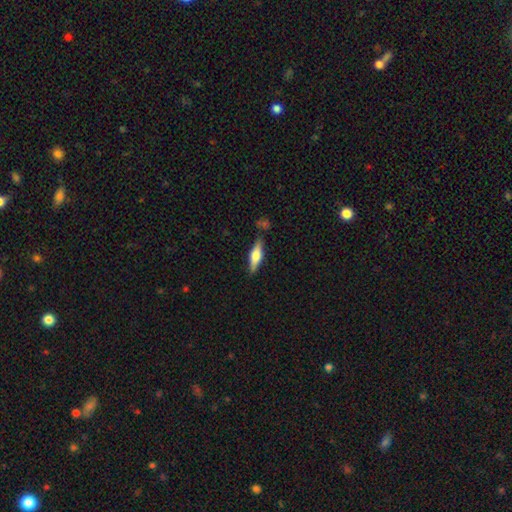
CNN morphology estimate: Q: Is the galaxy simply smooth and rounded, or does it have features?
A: featured or disk — 51%.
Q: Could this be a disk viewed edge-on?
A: yes — 94%.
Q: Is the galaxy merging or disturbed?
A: none — 81%.